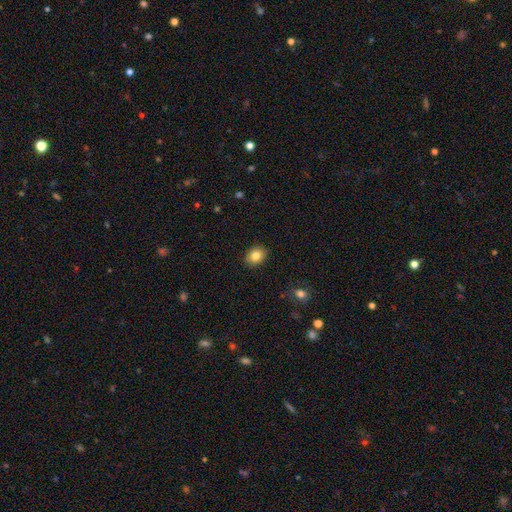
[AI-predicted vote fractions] A smooth galaxy with no disk features (82%) that is in between round and cigar-shaped (53%).

Vote fractions:
- Smooth or featured? smooth: 82% / star or artifact: 9% / featured or disk: 8%
- How rounded? in between: 53% / round: 46% / cigar-shaped: 1%
- Merging? none: 89% / minor disturbance: 8% / major disturbance: 2% / merger: 1%